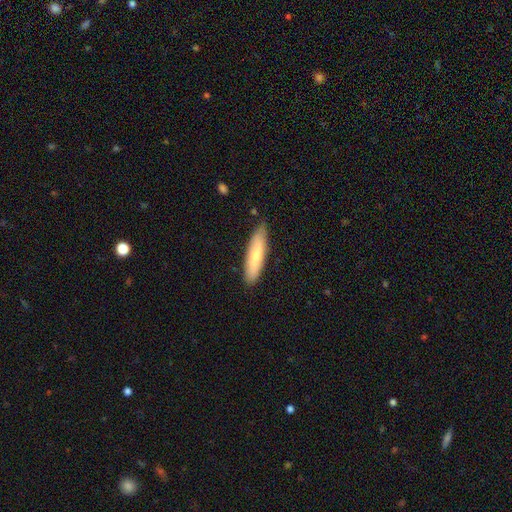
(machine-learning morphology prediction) This is likely a smooth galaxy (70%). How rounded: likely cigar-shaped (78%). Merging: clearly none (84%).